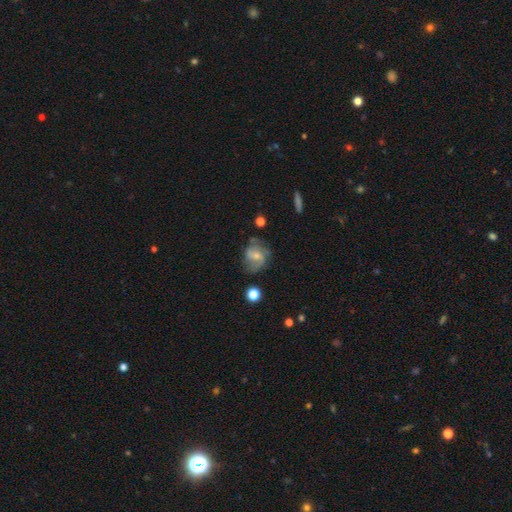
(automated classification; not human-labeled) Q: Smooth or featured?
A: featured or disk (59%); runner-up: smooth (32%)
Q: Edge-on disk?
A: no (97%); runner-up: yes (3%)
Q: Bar?
A: no (53%); runner-up: weak (38%)
Q: Spiral arms?
A: yes (82%); runner-up: no (18%)
Q: Bulge size?
A: small (51%); runner-up: moderate (41%)
Q: Merging?
A: none (59%); runner-up: minor disturbance (25%)